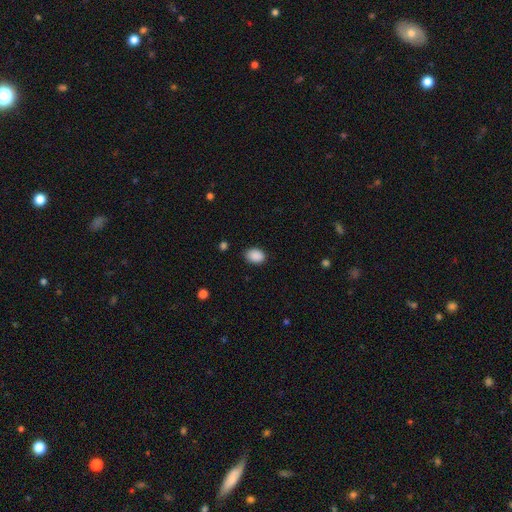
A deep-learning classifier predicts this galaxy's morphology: This appears to be a smooth galaxy with no disk features (89%) that is in between round and cigar-shaped (71%). Merging: none (86%).